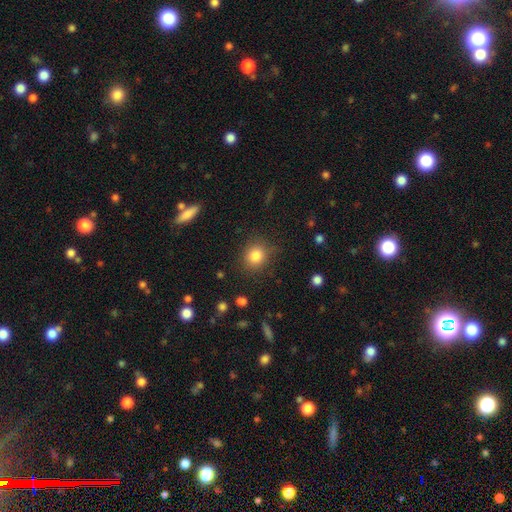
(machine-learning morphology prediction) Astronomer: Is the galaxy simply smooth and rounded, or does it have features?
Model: smooth — 83%.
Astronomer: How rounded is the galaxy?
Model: round — 80%.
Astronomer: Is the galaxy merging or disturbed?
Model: none — 83%.